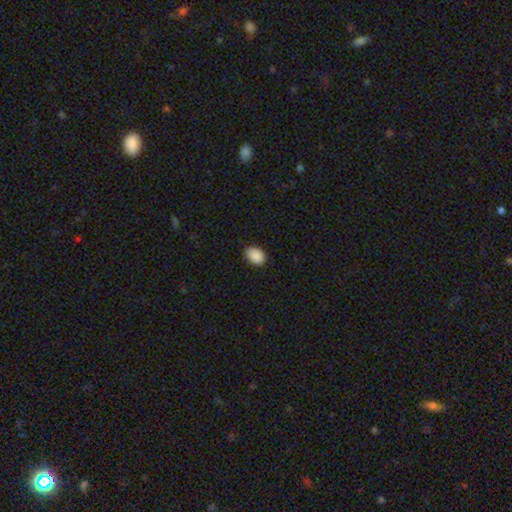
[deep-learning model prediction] This appears to be a smooth galaxy with no disk features (90%) that is in between round and cigar-shaped (76%). Merging: none (81%).